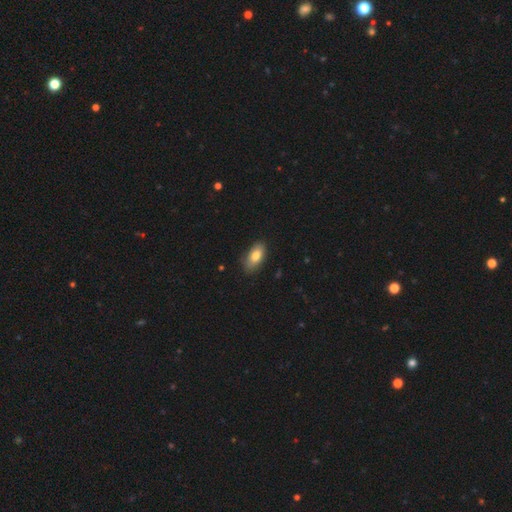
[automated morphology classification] Smooth or featured?
  - smooth: 80% *
  - featured or disk: 13%
  - star or artifact: 7%
How rounded?
  - in between: 91% *
  - cigar-shaped: 6%
  - round: 3%
Merging?
  - none: 81% *
  - minor disturbance: 16%
  - major disturbance: 3%
  - merger: 1%